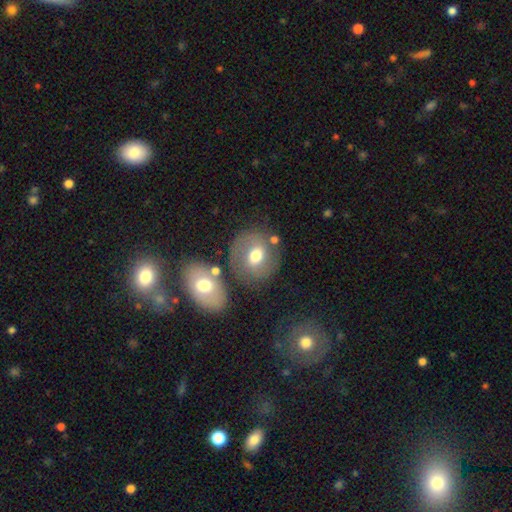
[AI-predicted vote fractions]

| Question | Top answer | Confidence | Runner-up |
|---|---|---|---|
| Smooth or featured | smooth | 47% | featured or disk (44%) |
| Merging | none | 68% | minor disturbance (14%) |